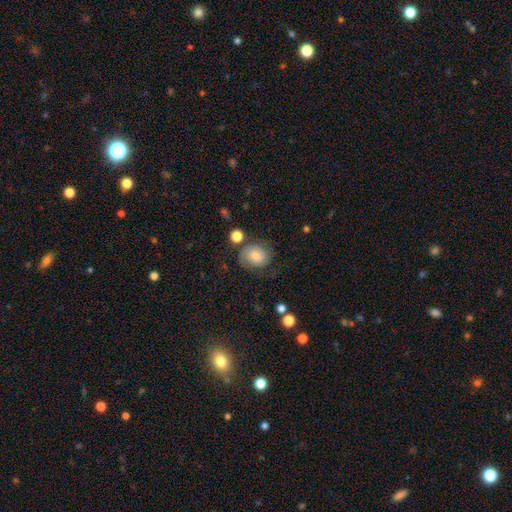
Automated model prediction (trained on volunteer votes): A smooth galaxy with no disk features (70%) that is round (65%).

Vote fractions:
- Smooth or featured? smooth: 70% / featured or disk: 21% / star or artifact: 10%
- How rounded? round: 65% / in between: 34% / cigar-shaped: 1%
- Merging? none: 64% / minor disturbance: 20% / major disturbance: 10% / merger: 5%